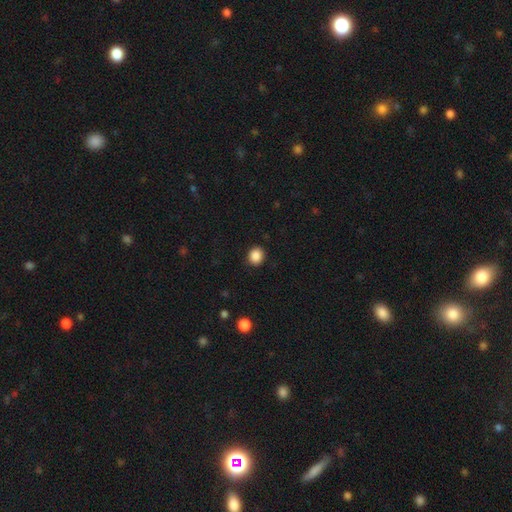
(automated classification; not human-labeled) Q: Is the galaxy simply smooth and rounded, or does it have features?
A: smooth — 88%.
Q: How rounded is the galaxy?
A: round — 76%.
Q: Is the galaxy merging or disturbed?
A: none — 90%.